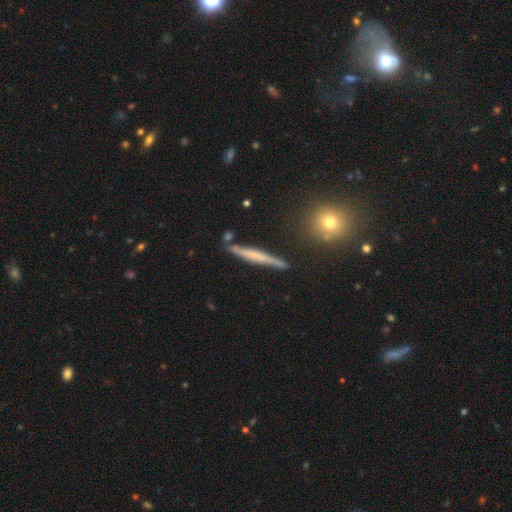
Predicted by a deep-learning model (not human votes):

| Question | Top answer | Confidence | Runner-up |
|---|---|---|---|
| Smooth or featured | featured or disk | 54% | smooth (39%) |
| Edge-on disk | yes | 96% | no (4%) |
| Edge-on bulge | none | 64% | rounded (22%) |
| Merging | none | 84% | minor disturbance (11%) |